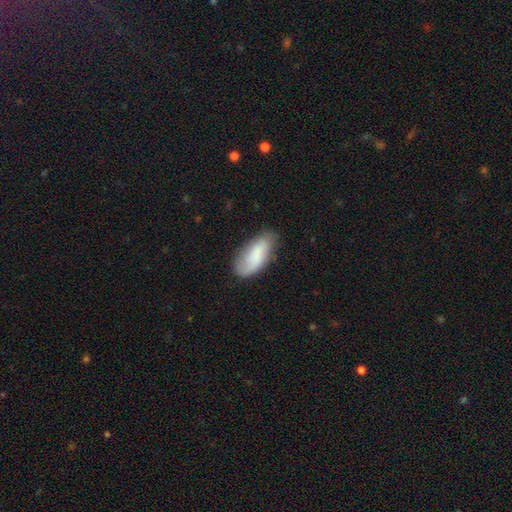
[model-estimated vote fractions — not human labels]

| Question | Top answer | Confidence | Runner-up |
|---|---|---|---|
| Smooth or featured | smooth | 71% | featured or disk (22%) |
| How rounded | in between | 89% | cigar-shaped (9%) |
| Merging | none | 64% | minor disturbance (27%) |